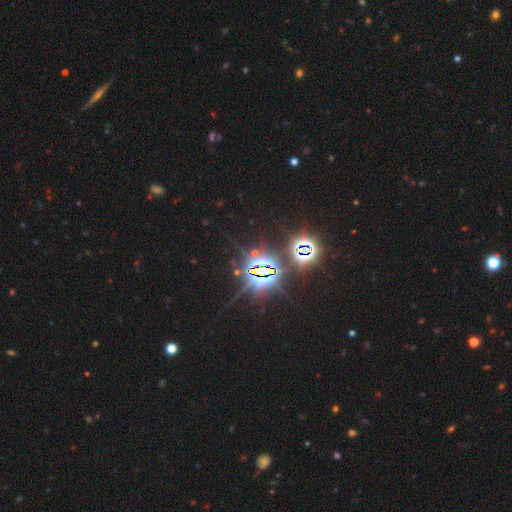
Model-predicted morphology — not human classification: Smooth or featured: star or artifact — 85% (smooth — 7%)